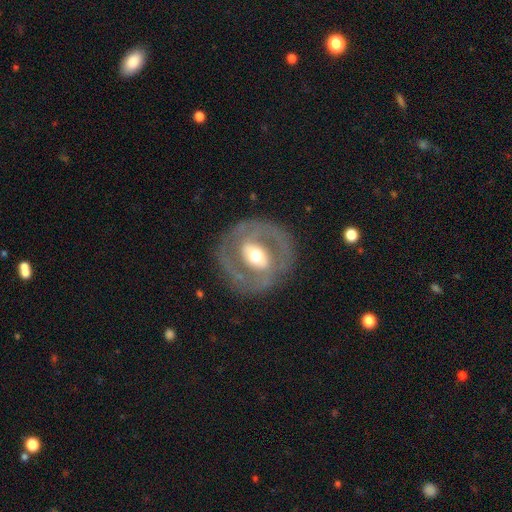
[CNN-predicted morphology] Smooth or featured? featured or disk (72%)
Edge-on disk? no (94%)
Bar? strong (40%)
Spiral arms? no (55%)
Bulge size? moderate (65%)
Merging? none (79%)